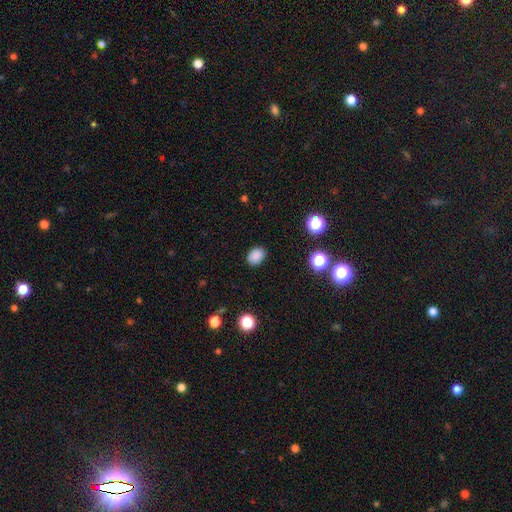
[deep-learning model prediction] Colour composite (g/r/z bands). It shows a smooth galaxy with no disk features (85%) that is in between round and cigar-shaped (66%). Merging: none (87%).